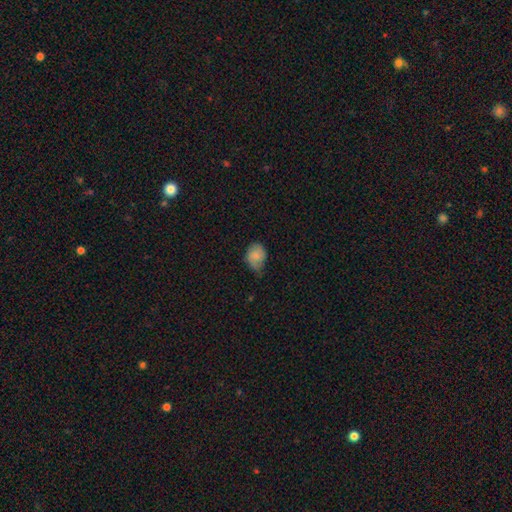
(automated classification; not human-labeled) This appears to be a smooth galaxy with no disk features (77%) that is in between round and cigar-shaped (55%). Merging: none (45%).